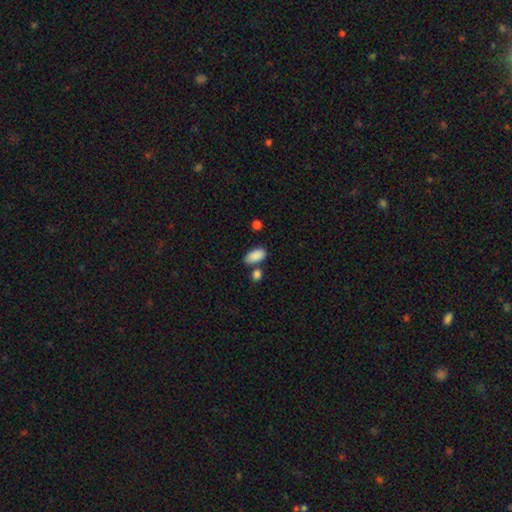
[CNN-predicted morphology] The model was most divided on "merging": none: 64%, merger: 18%, minor disturbance: 14%, major disturbance: 4%. More confident: how rounded — in between (93%); smooth or featured — smooth (88%).